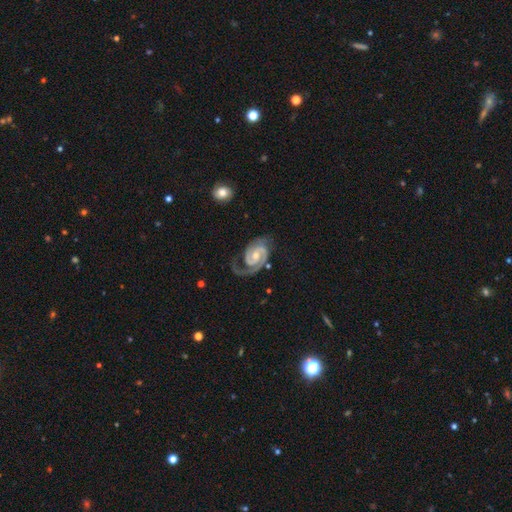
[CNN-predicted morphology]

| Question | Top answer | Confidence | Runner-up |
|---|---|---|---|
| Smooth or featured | featured or disk | 93% | star or artifact (4%) |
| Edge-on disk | no | 98% | yes (2%) |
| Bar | no | 45% | weak (41%) |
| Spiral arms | yes | 98% | no (2%) |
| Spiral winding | tight | 49% | medium (42%) |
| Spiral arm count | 2 | 86% | 1 (7%) |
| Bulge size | moderate | 53% | small (41%) |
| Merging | none | 62% | minor disturbance (20%) |